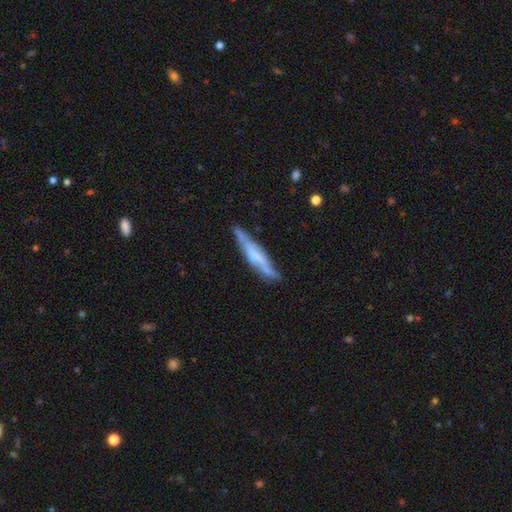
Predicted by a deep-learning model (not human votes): Smooth or featured? Predicted: featured or disk (p=0.59). Edge-on disk? Predicted: yes (p=0.82). Merging? Predicted: none (p=0.71).